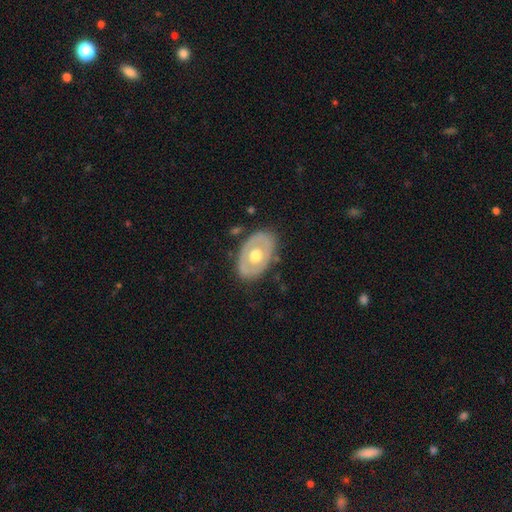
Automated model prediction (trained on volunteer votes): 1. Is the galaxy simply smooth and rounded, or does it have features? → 53% featured or disk, 41% smooth, 5% star or artifact.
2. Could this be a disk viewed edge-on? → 90% no, 10% yes.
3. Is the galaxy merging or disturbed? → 80% none, 14% minor disturbance, 4% major disturbance, 2% merger.